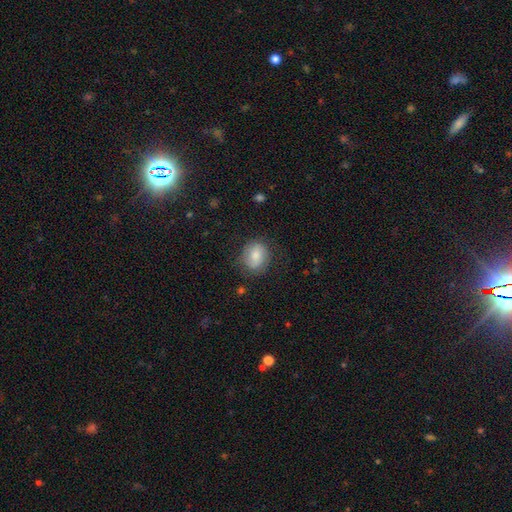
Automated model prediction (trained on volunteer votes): The model was most divided on "how rounded": round: 53%, in between: 46%, cigar-shaped: 1%. More confident: merging — none (74%); smooth or featured — smooth (70%).